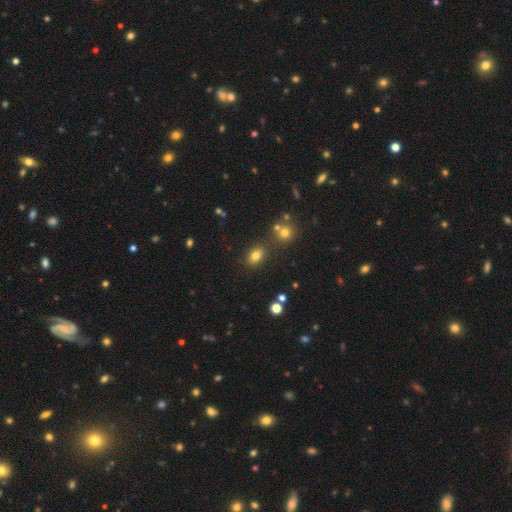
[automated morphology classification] smooth 77%, star or artifact 14%, featured or disk 9%. Down the decision tree: how rounded — in between (73%); merging — none (79%).